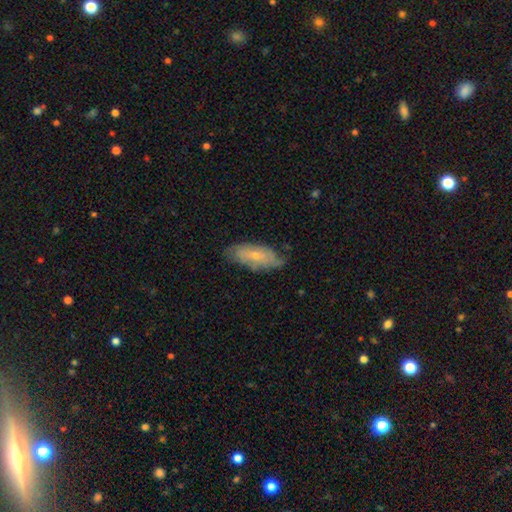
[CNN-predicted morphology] Smooth or featured? smooth (49%)
Merging? none (66%)